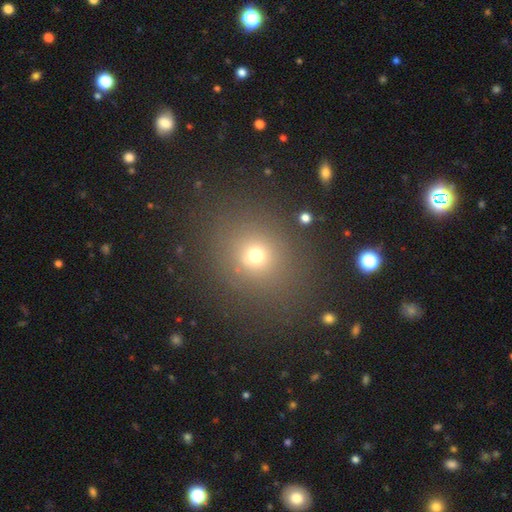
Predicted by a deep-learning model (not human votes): smooth-or-featured: smooth: 69% | star or artifact: 22% | featured or disk: 10%
  how-rounded: round: 80% | in between: 19% | cigar-shaped: 1%
  merging: none: 81% | minor disturbance: 10% | major disturbance: 6% | merger: 3%